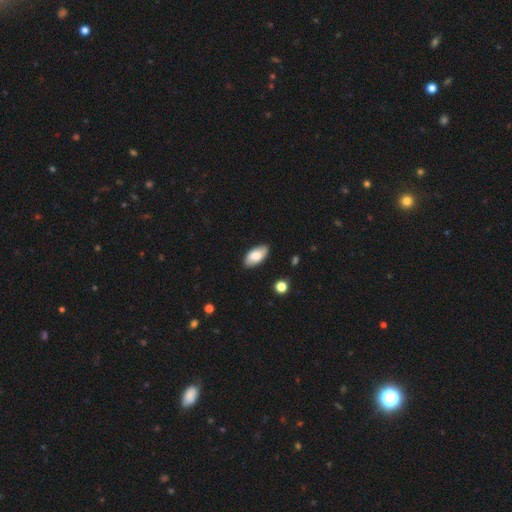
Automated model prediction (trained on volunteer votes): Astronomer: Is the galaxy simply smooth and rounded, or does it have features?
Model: smooth — 76%.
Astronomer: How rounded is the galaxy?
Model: in between — 93%.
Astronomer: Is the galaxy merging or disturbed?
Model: none — 87%.